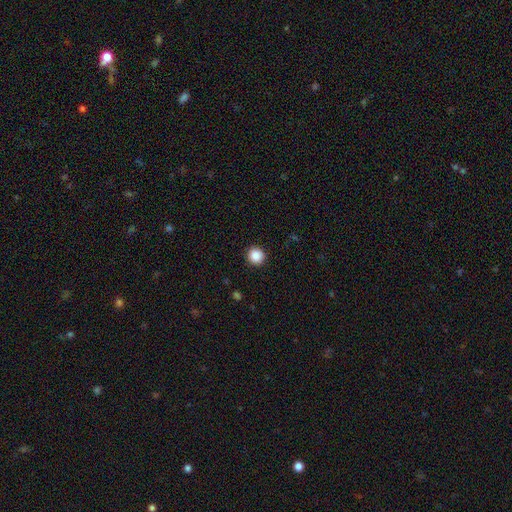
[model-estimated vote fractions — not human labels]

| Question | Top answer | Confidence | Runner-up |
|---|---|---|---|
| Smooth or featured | smooth | 88% | star or artifact (9%) |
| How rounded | round | 94% | in between (5%) |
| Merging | none | 92% | minor disturbance (5%) |